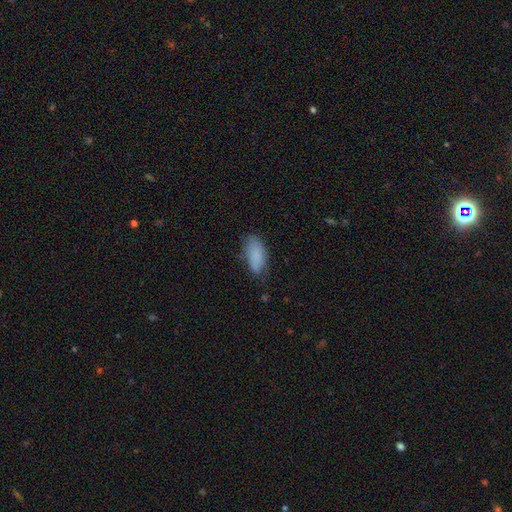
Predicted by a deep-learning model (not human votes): A smooth galaxy with no disk features (84%) that is in between round and cigar-shaped (90%).

Vote fractions:
- Smooth or featured? smooth: 84% / featured or disk: 8% / star or artifact: 7%
- How rounded? in between: 90% / cigar-shaped: 8% / round: 2%
- Merging? none: 66% / minor disturbance: 26% / major disturbance: 6% / merger: 2%